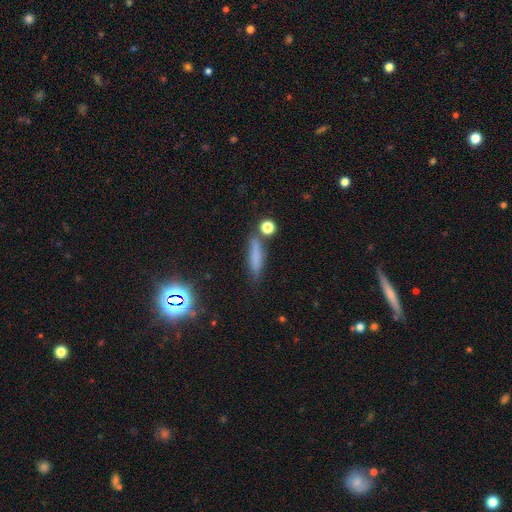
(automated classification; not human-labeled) This appears to be a smooth galaxy with no disk features (67%) that is cigar-shaped (80%). Merging: none (72%).